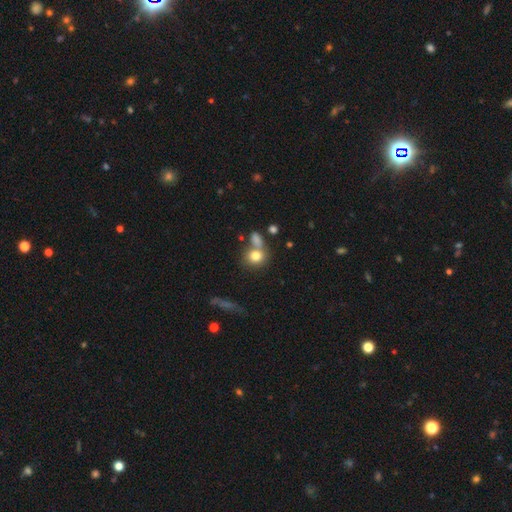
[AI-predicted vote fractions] smooth 80%, star or artifact 10%, featured or disk 10%. Down the decision tree: how rounded — round (66%); merging — none (47%).